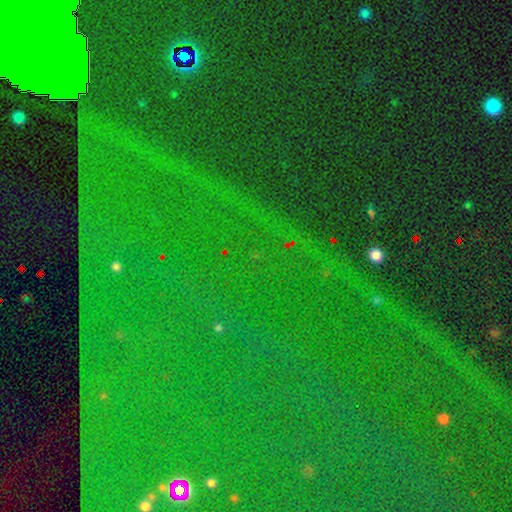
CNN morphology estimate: This is clearly a star or artifact rather than a galaxy (87%).